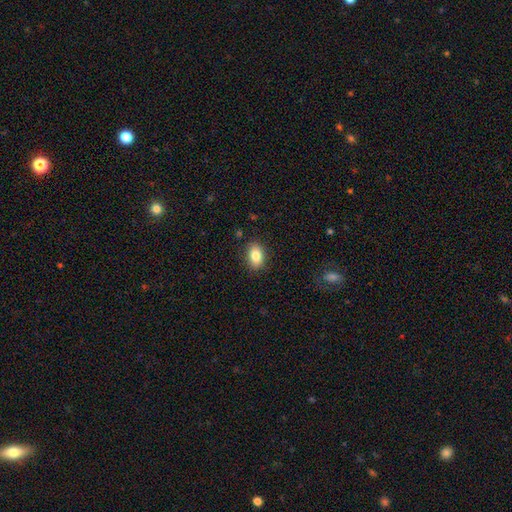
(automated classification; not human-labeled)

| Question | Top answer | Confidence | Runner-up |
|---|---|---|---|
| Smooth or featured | smooth | 85% | star or artifact (8%) |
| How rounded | in between | 85% | round (14%) |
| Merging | none | 87% | minor disturbance (10%) |